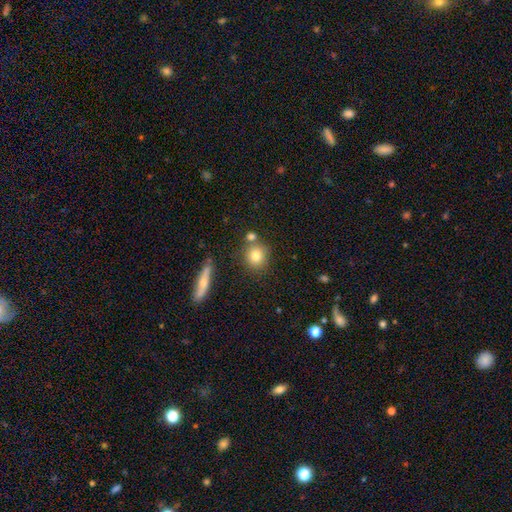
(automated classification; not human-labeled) This appears to be a smooth galaxy with no disk features (79%) that is round (83%). Merging: none (70%).